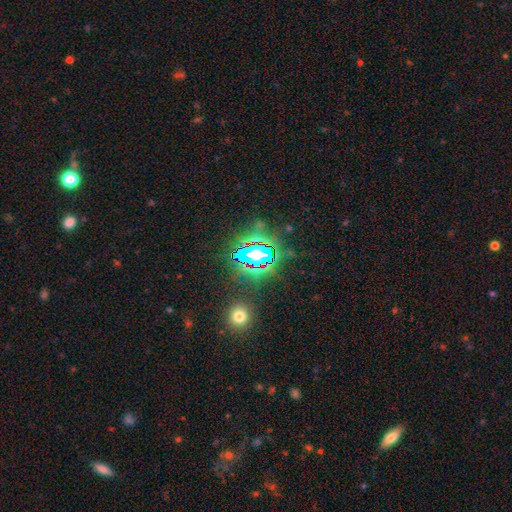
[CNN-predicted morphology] Q: Smooth or featured?
A: star or artifact (79%); runner-up: smooth (14%)